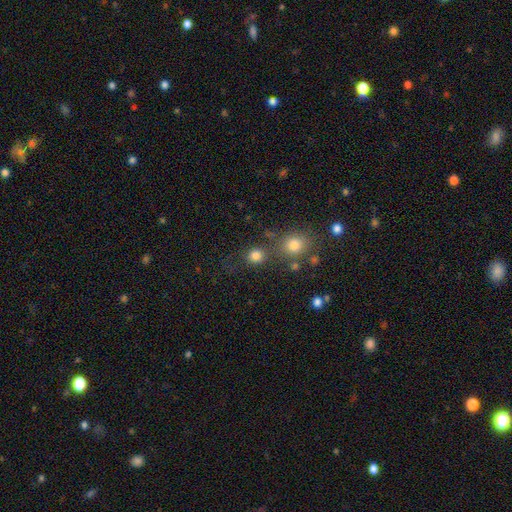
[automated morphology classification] This is clearly a smooth galaxy (81%). How rounded: clearly round (86%). Merging: likely none (73%).